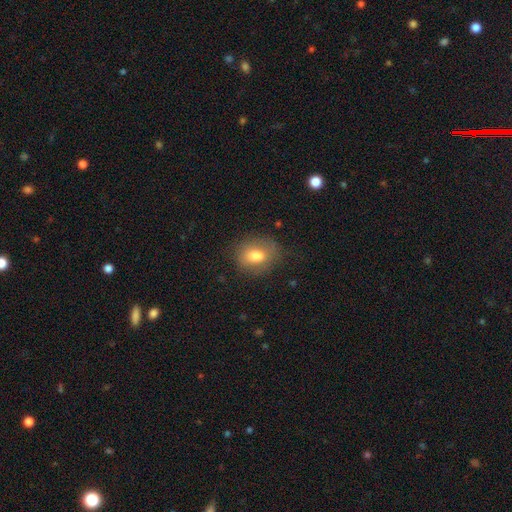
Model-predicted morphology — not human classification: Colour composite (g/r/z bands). It shows a smooth galaxy with no disk features (77%) that is in between round and cigar-shaped (55%). Merging: none (72%).